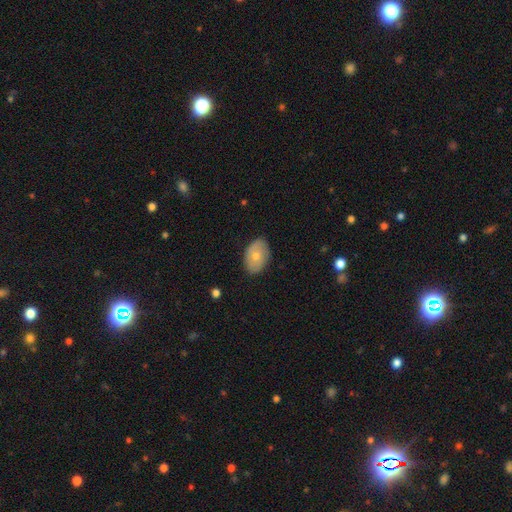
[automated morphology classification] type=smooth (64%); roundness=in between (85%); merging=none (80%).